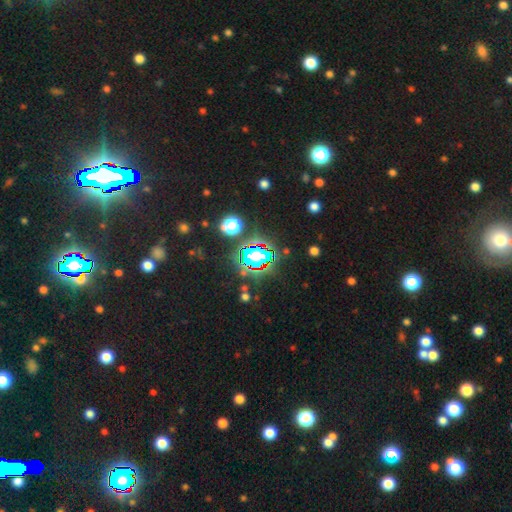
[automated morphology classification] Smooth or featured? star or artifact (66%)